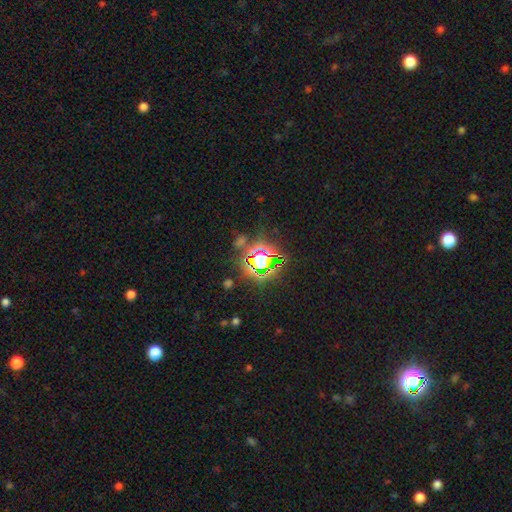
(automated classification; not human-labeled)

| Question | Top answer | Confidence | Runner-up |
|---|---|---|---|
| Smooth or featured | star or artifact | 81% | smooth (12%) |